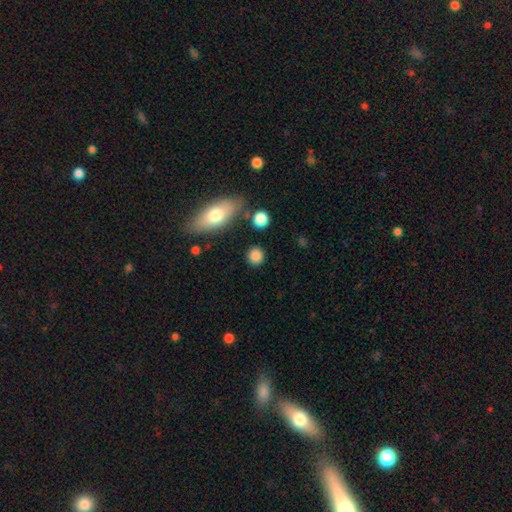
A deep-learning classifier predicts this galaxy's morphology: Q: Smooth or featured?
A: smooth (85%); runner-up: star or artifact (9%)
Q: How rounded?
A: round (86%); runner-up: in between (12%)
Q: Merging?
A: none (86%); runner-up: minor disturbance (8%)